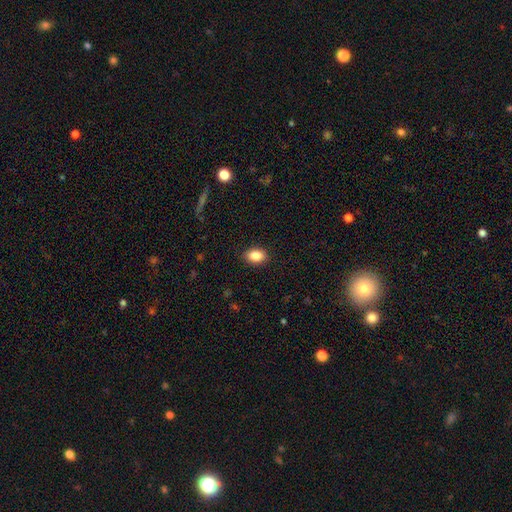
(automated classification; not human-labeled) The model was most divided on "how rounded": in between: 83%, round: 16%, cigar-shaped: 1%. More confident: merging — none (89%); smooth or featured — smooth (87%).